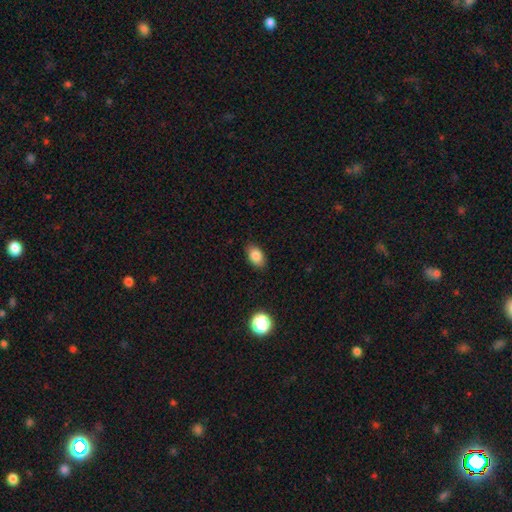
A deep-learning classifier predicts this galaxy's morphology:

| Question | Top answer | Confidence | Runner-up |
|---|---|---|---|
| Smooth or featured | smooth | 84% | star or artifact (9%) |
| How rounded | in between | 86% | round (12%) |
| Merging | none | 85% | minor disturbance (11%) |